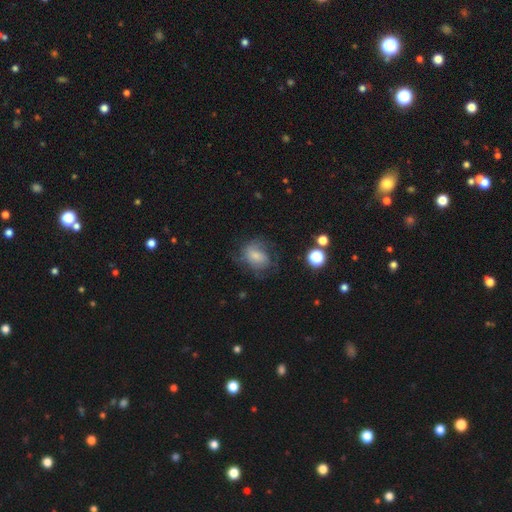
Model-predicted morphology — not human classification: Overall: smooth (51%; featured or disk 38%). How rounded: in between (58%; round 41%). Merging: none (50%; minor disturbance 25%).